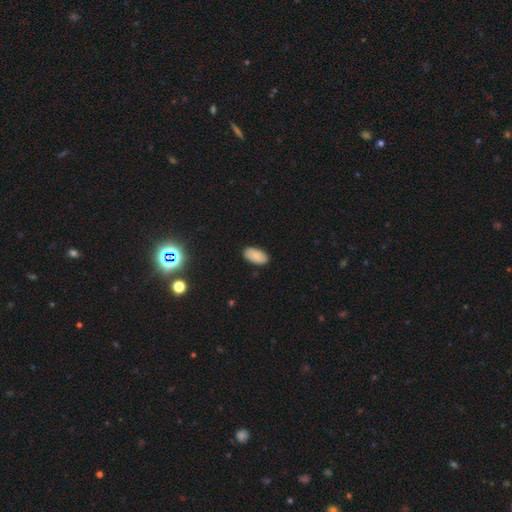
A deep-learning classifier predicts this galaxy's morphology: This appears to be a smooth galaxy with no disk features (83%) that is in between round and cigar-shaped (95%). Merging: none (85%).